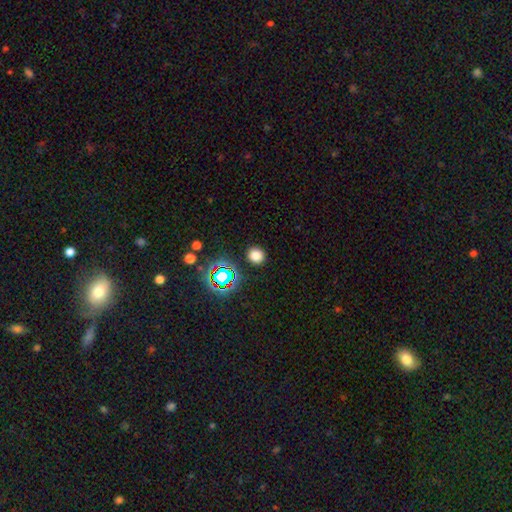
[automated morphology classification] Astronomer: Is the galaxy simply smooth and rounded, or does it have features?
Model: smooth — 75%.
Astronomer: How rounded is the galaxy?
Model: round — 84%.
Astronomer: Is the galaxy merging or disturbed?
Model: none — 89%.